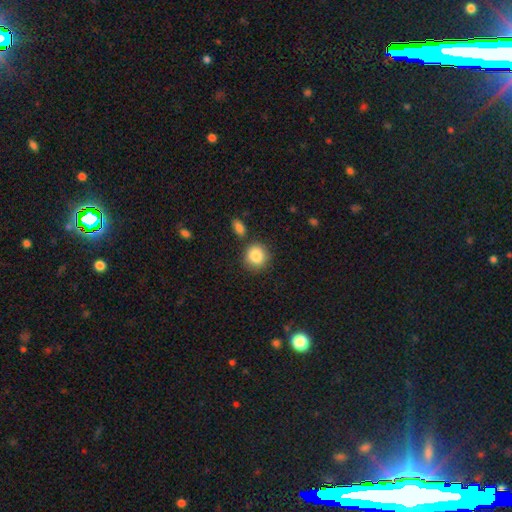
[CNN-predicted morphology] Smooth or featured? smooth (87%)
How rounded? round (86%)
Merging? none (80%)